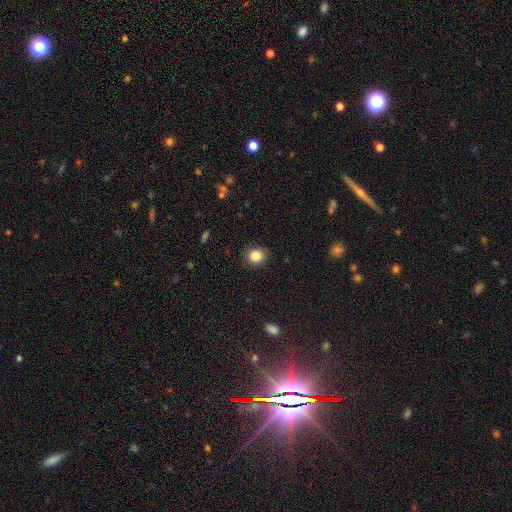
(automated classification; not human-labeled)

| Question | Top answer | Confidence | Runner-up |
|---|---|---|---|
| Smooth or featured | smooth | 86% | star or artifact (10%) |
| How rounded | round | 81% | in between (18%) |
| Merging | none | 89% | minor disturbance (8%) |